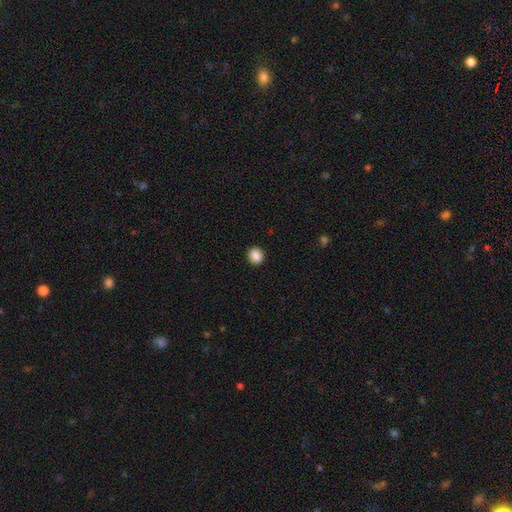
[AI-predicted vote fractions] This is clearly a smooth galaxy (88%). How rounded: likely round (74%). Merging: clearly none (91%).